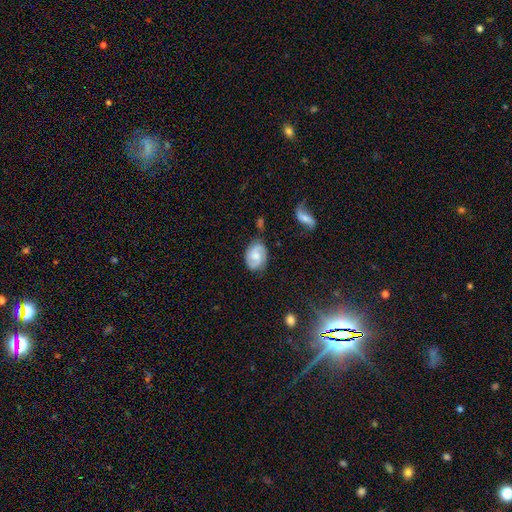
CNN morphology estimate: A featured or disk galaxy (64%) with no bar (55%), 2 (85%) medium (44%) spiral arms (93%) and a moderate central bulge (47%). Merging: none (74%).